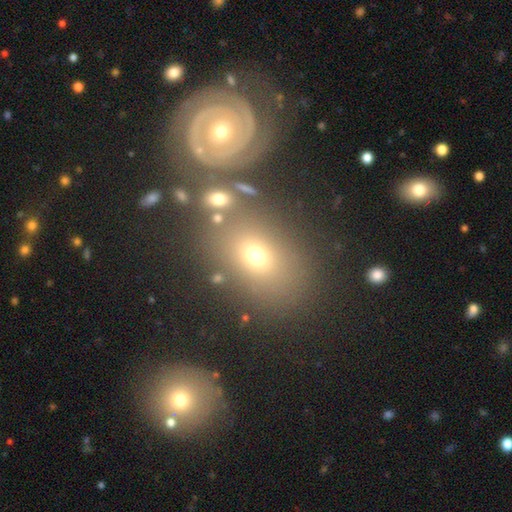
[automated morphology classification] smooth 49%, featured or disk 37%, star or artifact 15%. Down the decision tree: merging — none (68%).